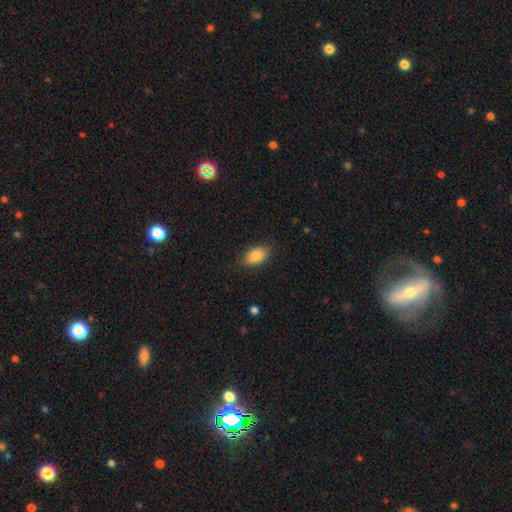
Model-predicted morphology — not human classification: Smooth or featured? smooth (86%)
How rounded? in between (90%)
Merging? none (85%)